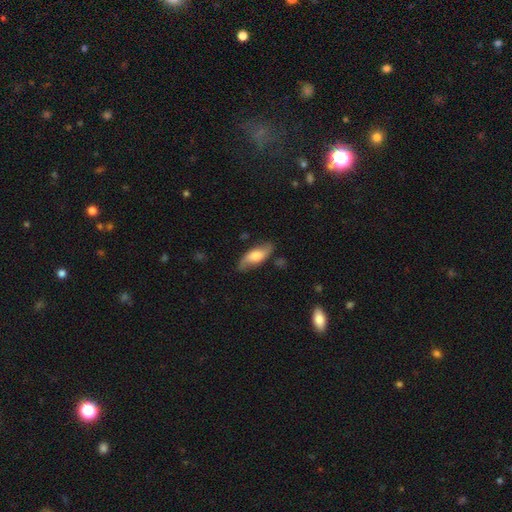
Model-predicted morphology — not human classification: A featured or disk galaxy (48%). Merging: none (79%).